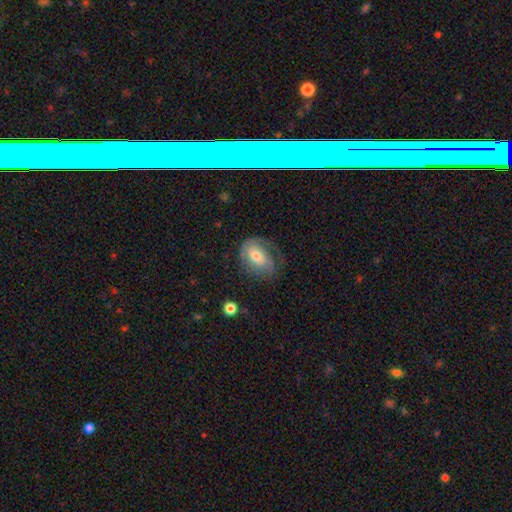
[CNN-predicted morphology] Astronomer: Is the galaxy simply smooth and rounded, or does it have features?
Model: featured or disk — 55% (runner-up: smooth, 38%).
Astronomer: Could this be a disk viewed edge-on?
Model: no — 95%.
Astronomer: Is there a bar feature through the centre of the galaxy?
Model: no — 56% (runner-up: weak, 33%).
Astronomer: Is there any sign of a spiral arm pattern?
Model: yes — 78%.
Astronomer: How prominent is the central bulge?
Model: moderate — 59%.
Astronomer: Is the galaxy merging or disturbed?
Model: none — 50%.